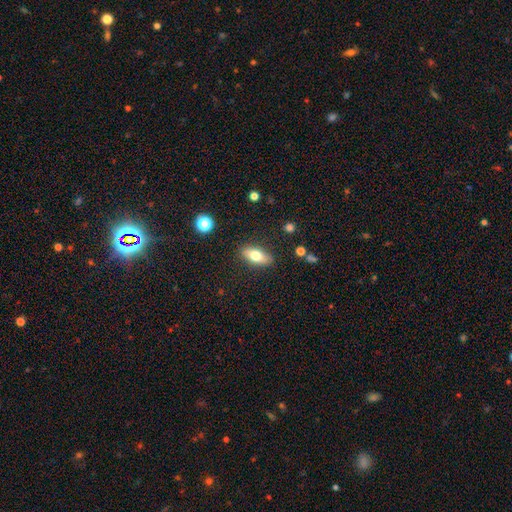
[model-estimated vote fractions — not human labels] Smooth or featured? Predicted: smooth (p=0.72). How rounded? Predicted: in between (p=0.80). Merging? Predicted: none (p=0.86).